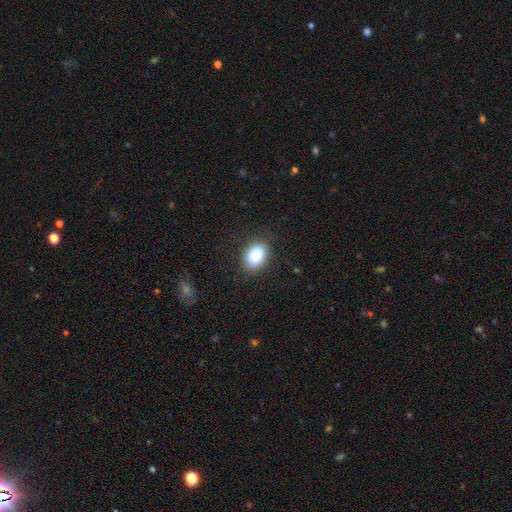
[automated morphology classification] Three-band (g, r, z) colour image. It shows a smooth galaxy with no disk features (81%) that is in between round and cigar-shaped (73%). Merging: none (86%).